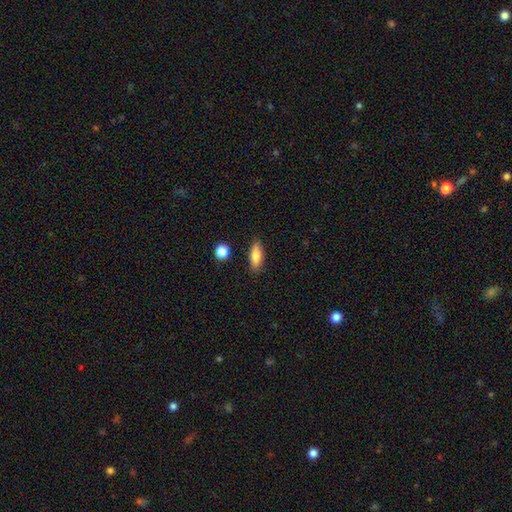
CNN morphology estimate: Smooth or featured: smooth — 80% (featured or disk — 12%)
How rounded: in between — 61% (cigar-shaped — 35%)
Merging: none — 85% (minor disturbance — 10%)